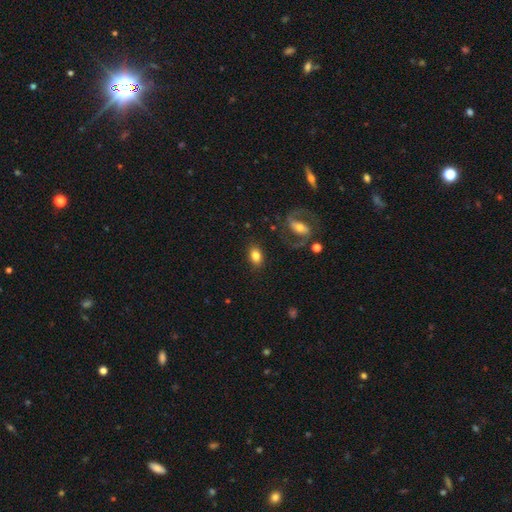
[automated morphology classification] Smooth or featured? Predicted: smooth (p=0.76). How rounded? Predicted: in between (p=0.83). Merging? Predicted: none (p=0.83).